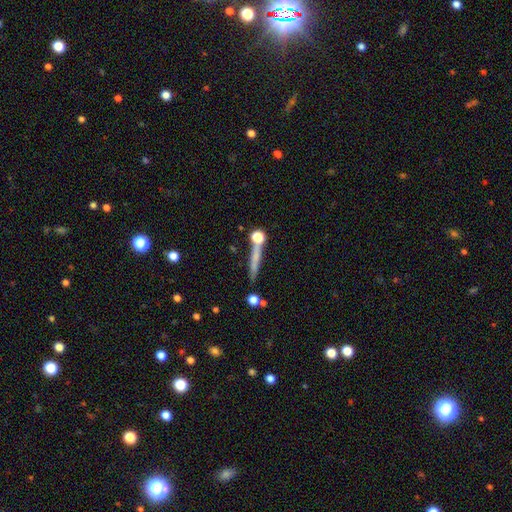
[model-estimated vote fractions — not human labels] Overall: smooth (54%; featured or disk 36%). How rounded: cigar-shaped (86%). Merging: none (73%).